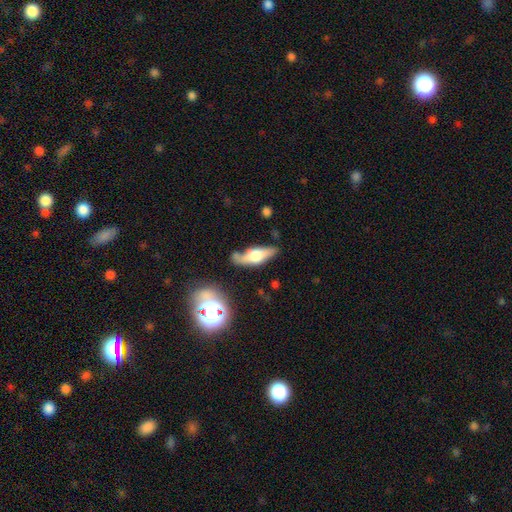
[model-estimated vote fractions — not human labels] Smooth or featured: featured or disk — 53% (smooth — 40%)
Edge-on disk: yes — 83% (no — 17%)
Merging: none — 65% (minor disturbance — 21%)